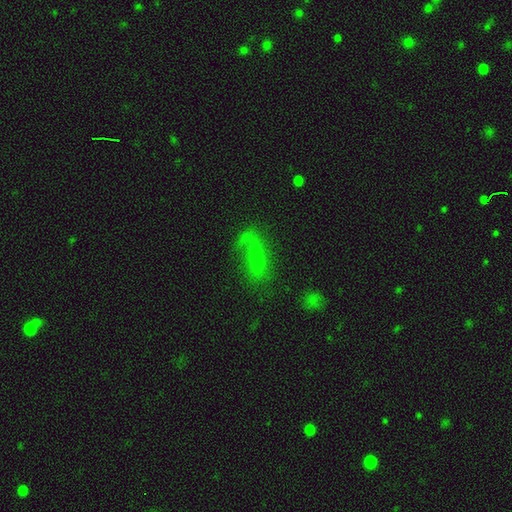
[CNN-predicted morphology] A smooth galaxy with no disk features (55%) that is in between round and cigar-shaped (51%). Merging: none (53%).